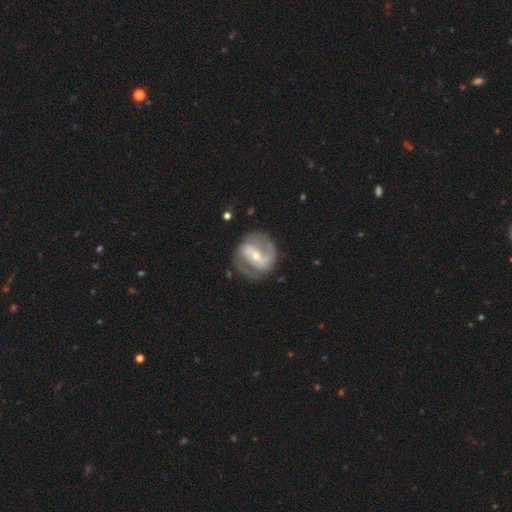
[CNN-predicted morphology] smooth_or_featured: featured or disk (p=0.82) [alt: smooth p=0.13]
disk_edge_on: no (p=0.97) [alt: yes p=0.03]
bar: strong (p=0.44) [alt: weak p=0.35]
has_spiral_arms: yes (p=0.87) [alt: no p=0.13]
spiral_winding: medium (p=0.49) [alt: tight p=0.29]
spiral_arm_count: 2 (p=0.84) [alt: can't tell p=0.08]
bulge_size: small (p=0.53) [alt: moderate p=0.43]
merging: none (p=0.73) [alt: minor disturbance p=0.16]